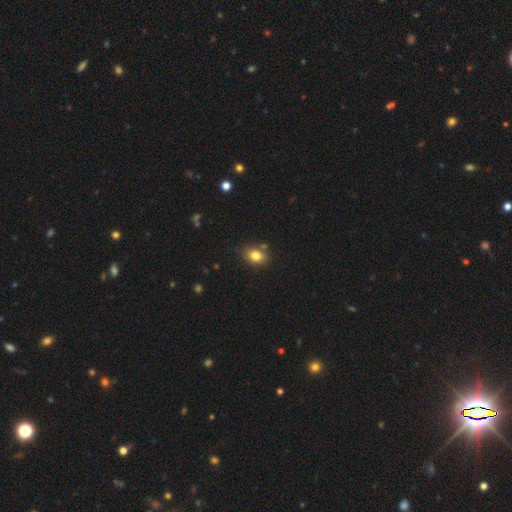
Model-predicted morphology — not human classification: Q: Smooth or featured?
A: smooth (82%); runner-up: star or artifact (10%)
Q: How rounded?
A: in between (65%); runner-up: round (34%)
Q: Merging?
A: none (74%); runner-up: minor disturbance (17%)